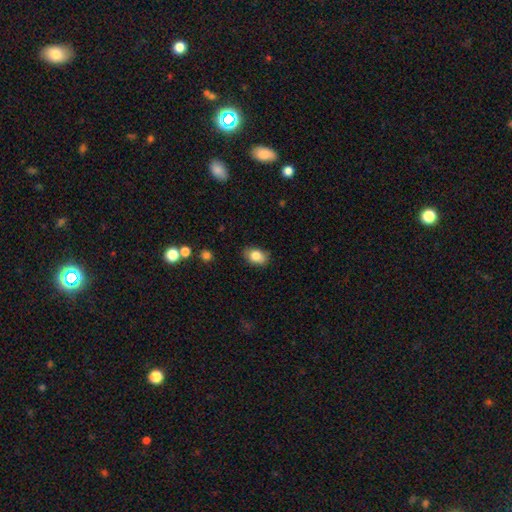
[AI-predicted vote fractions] This is clearly a smooth galaxy (82%). How rounded: clearly in between (81%). Merging: clearly none (82%).